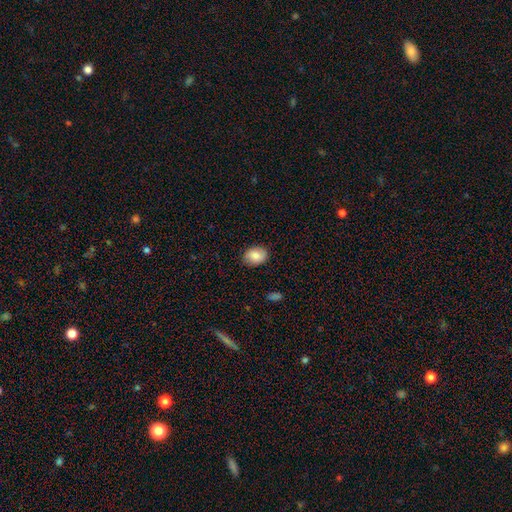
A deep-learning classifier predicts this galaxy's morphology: Q: Smooth or featured?
A: smooth (84%); runner-up: featured or disk (9%)
Q: How rounded?
A: in between (70%); runner-up: round (29%)
Q: Merging?
A: none (86%); runner-up: minor disturbance (11%)